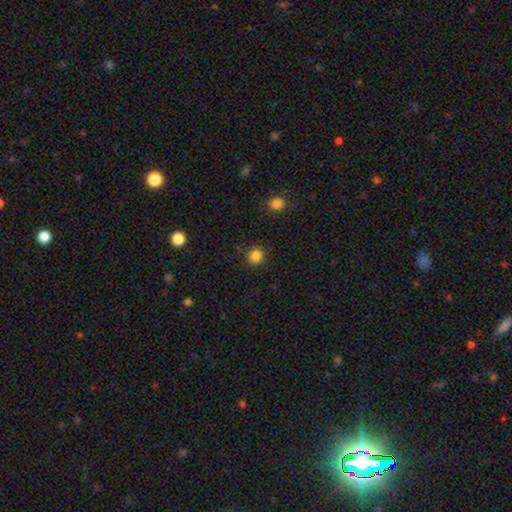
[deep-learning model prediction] A smooth galaxy with no disk features (85%) that is round (88%). Merging: none (90%).